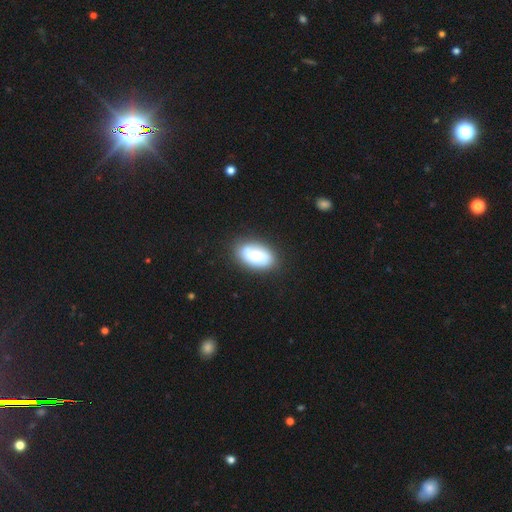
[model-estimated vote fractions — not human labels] smooth-or-featured: smooth: 56% | featured or disk: 36% | star or artifact: 8%
  how-rounded: in between: 91% | round: 7% | cigar-shaped: 2%
  merging: none: 74% | minor disturbance: 17% | major disturbance: 6% | merger: 3%